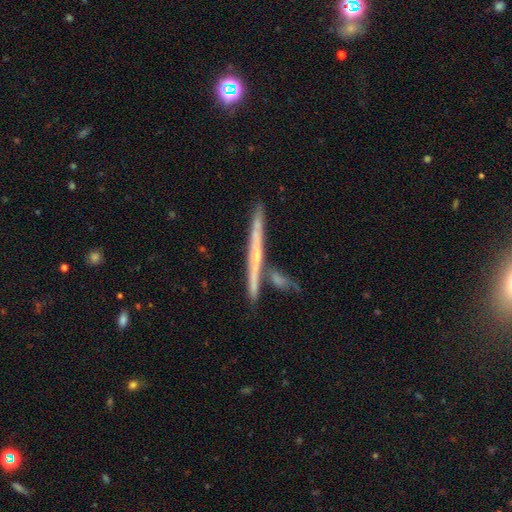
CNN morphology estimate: This is likely a featured or disk galaxy (66%). It is clearly viewed edge-on (97%). Edge-on bulge: likely none (62%). Merging: likely none (79%).